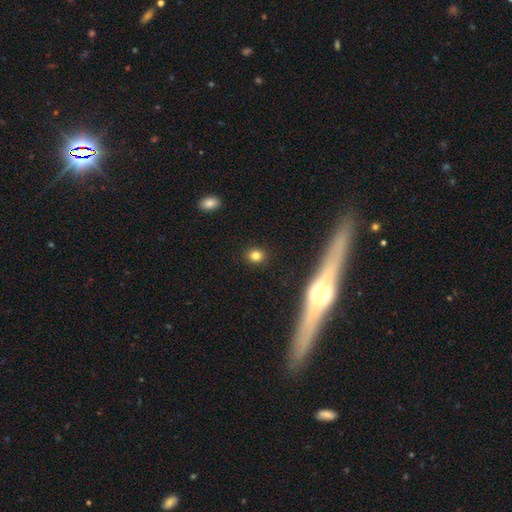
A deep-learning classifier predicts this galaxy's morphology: This appears to be a smooth galaxy with no disk features (81%) that is round (76%). Merging: none (90%).